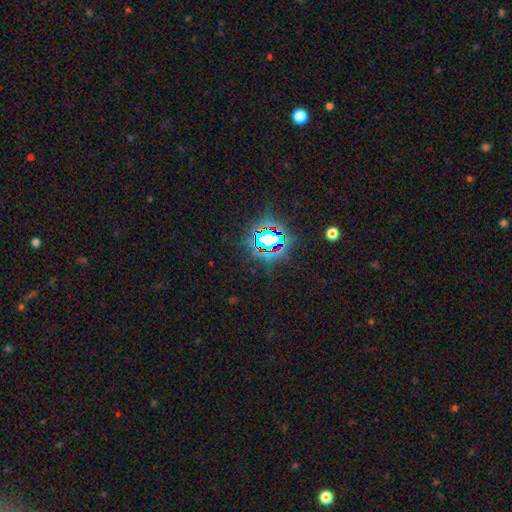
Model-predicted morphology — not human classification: A star or artifact, not a galaxy (83%).